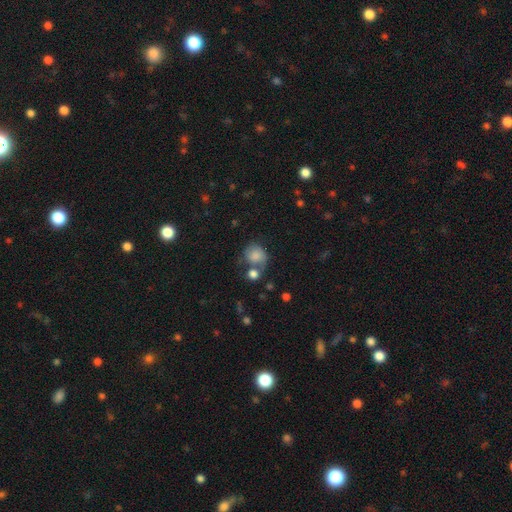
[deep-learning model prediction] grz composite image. It shows a smooth galaxy with no disk features (74%) that is round (73%). Merging: none (41%).